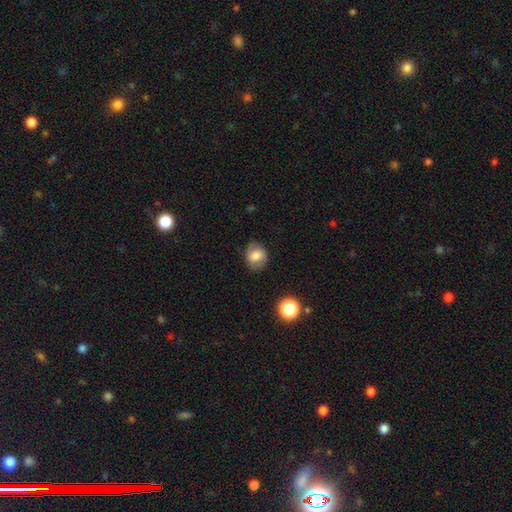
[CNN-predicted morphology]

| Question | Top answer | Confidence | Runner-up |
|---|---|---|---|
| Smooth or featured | smooth | 69% | featured or disk (21%) |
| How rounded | round | 60% | in between (39%) |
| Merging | none | 78% | minor disturbance (16%) |